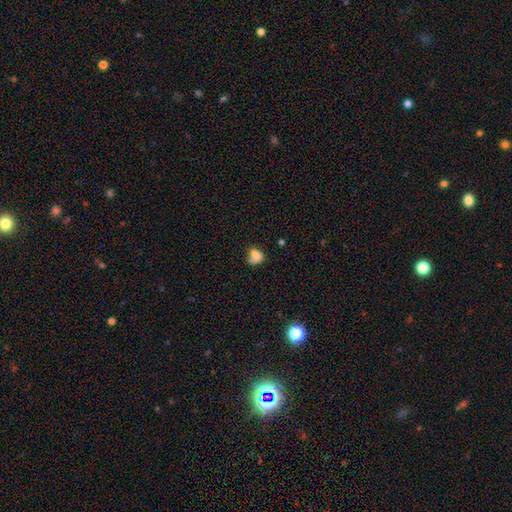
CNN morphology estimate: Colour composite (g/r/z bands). It shows a smooth galaxy with no disk features (71%) that is in between round and cigar-shaped (49%, tied with round). Merging: none (35%).